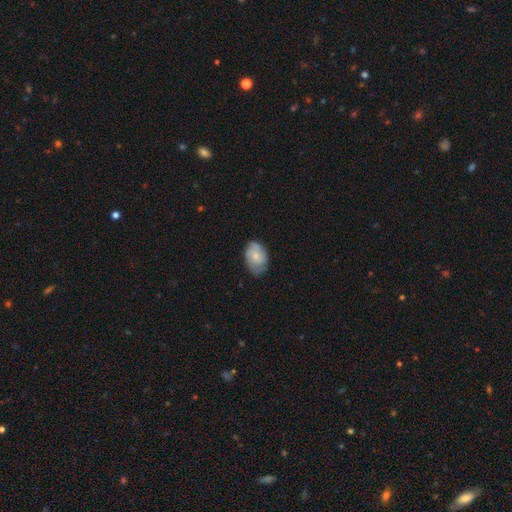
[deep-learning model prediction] smooth_or_featured: smooth (p=0.57) [alt: featured or disk p=0.36]
how_rounded: in between (p=0.83) [alt: round p=0.15]
merging: none (p=0.69) [alt: minor disturbance p=0.25]